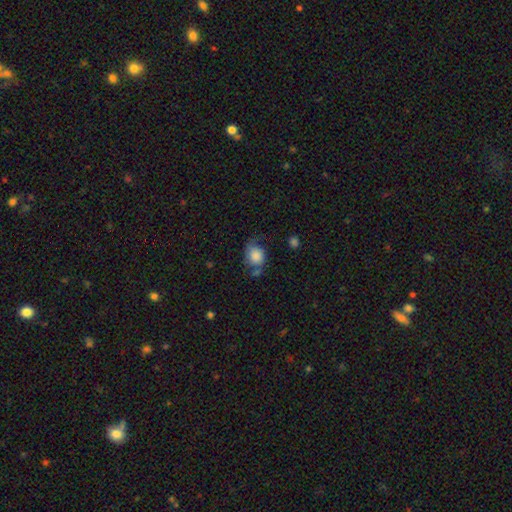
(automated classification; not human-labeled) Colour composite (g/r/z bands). It shows a smooth galaxy with no disk features (76%) that is round (57%). Merging: none (48%).